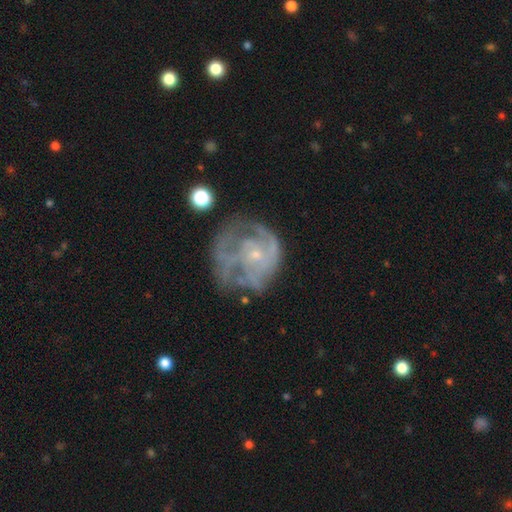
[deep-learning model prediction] featured or disk 75%, smooth 16%, star or artifact 9%. Down the decision tree: edge-on disk — no (98%); bar — no (79%); spiral arms — yes (69%); spiral arm count — can't tell (47%); spiral winding — tight (48%); bulge size — small (77%); merging — none (44%).